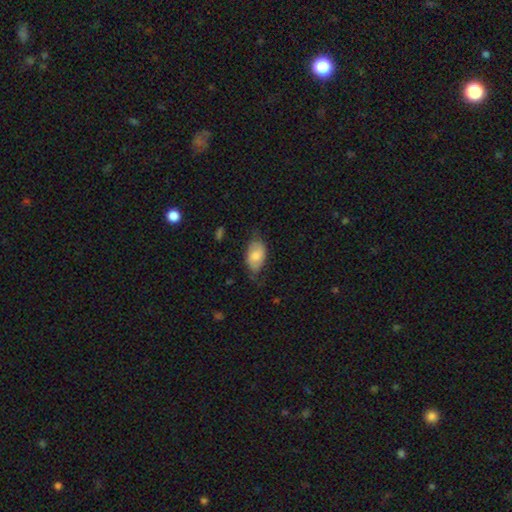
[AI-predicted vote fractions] Q: Smooth or featured?
A: smooth (70%); runner-up: featured or disk (24%)
Q: How rounded?
A: in between (92%); runner-up: round (6%)
Q: Merging?
A: none (57%); runner-up: minor disturbance (32%)